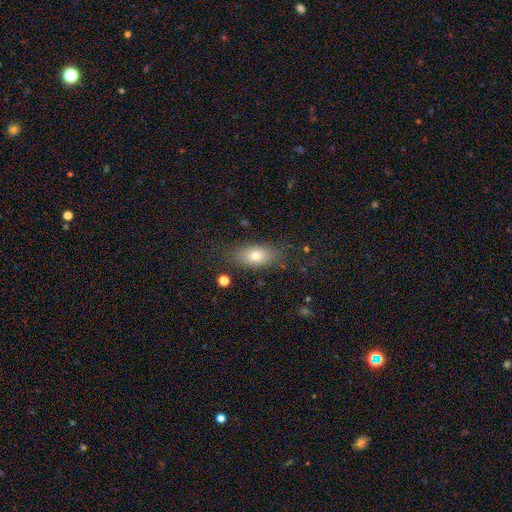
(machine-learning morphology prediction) A smooth galaxy with no disk features (74%) that is in between round and cigar-shaped (81%).

Vote fractions:
- Smooth or featured? smooth: 74% / featured or disk: 16% / star or artifact: 9%
- How rounded? in between: 81% / cigar-shaped: 12% / round: 7%
- Merging? none: 80% / minor disturbance: 13% / major disturbance: 5% / merger: 2%